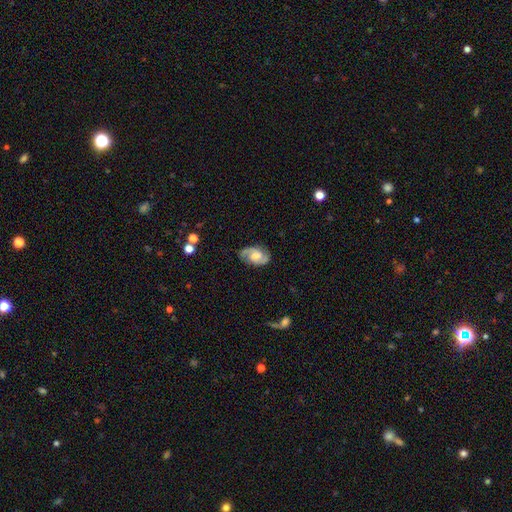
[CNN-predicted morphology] Smooth or featured? Predicted: featured or disk (p=0.80). Edge-on disk? Predicted: no (p=0.97). Bar? Predicted: weak (p=0.46). Spiral arms? Predicted: yes (p=0.95). Spiral winding? Predicted: medium (p=0.51). Spiral arm count? Predicted: 2 (p=0.89). Bulge size? Predicted: moderate (p=0.56). Merging? Predicted: none (p=0.79).